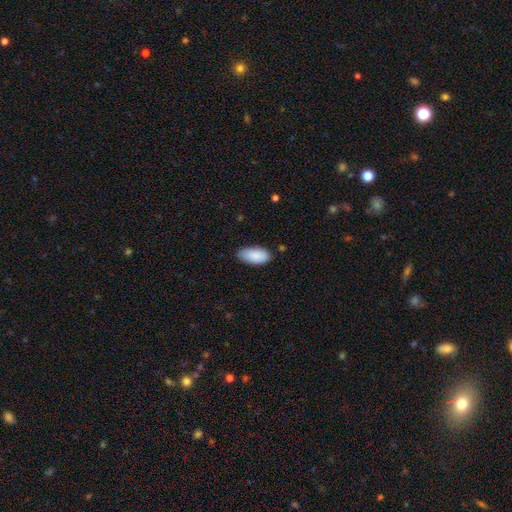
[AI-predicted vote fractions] smooth 89%, star or artifact 6%, featured or disk 5%. Down the decision tree: how rounded — in between (93%); merging — none (81%).